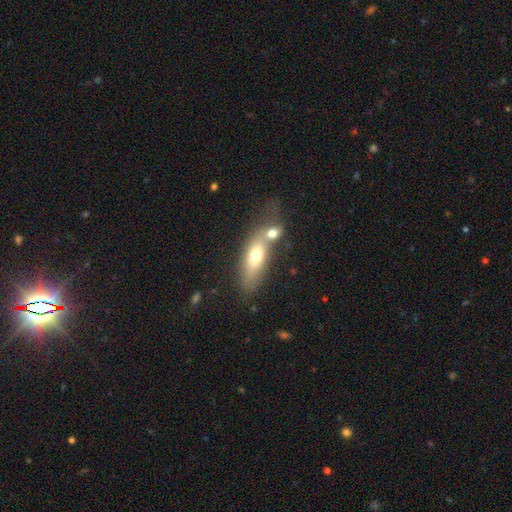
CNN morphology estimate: type=smooth (64%); roundness=in between (67%); merging=merger (48%).